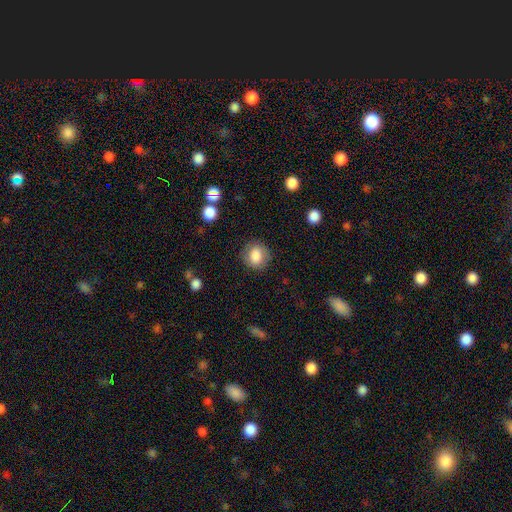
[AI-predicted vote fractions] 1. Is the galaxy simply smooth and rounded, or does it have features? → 84% smooth, 8% star or artifact, 8% featured or disk.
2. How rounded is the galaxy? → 78% round, 21% in between, 1% cigar-shaped.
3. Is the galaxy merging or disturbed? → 82% none, 12% minor disturbance, 4% major disturbance, 1% merger.